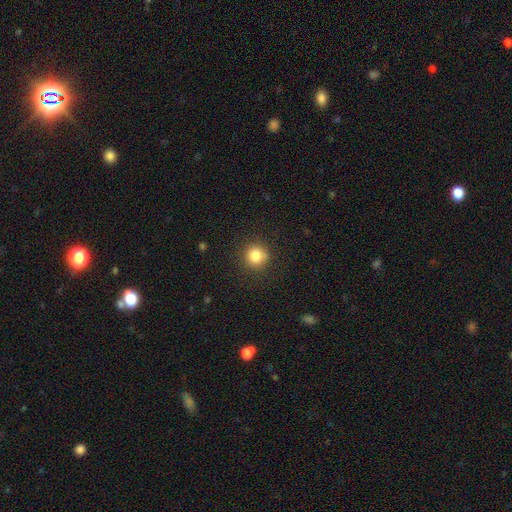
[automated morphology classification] A smooth galaxy with no disk features (83%) that is round (93%). Merging: none (88%).